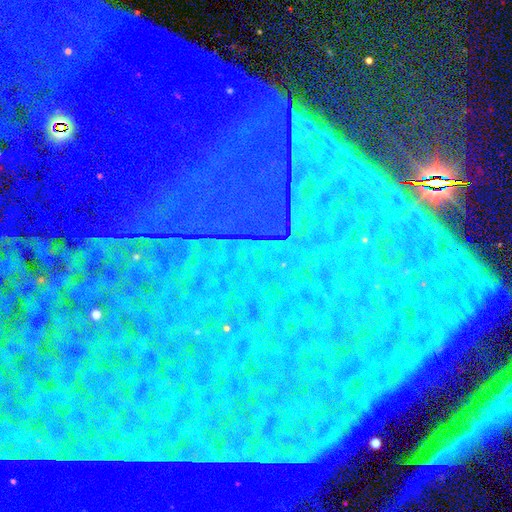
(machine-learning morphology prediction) smooth_or_featured: star or artifact (p=0.86) [alt: featured or disk p=0.07]